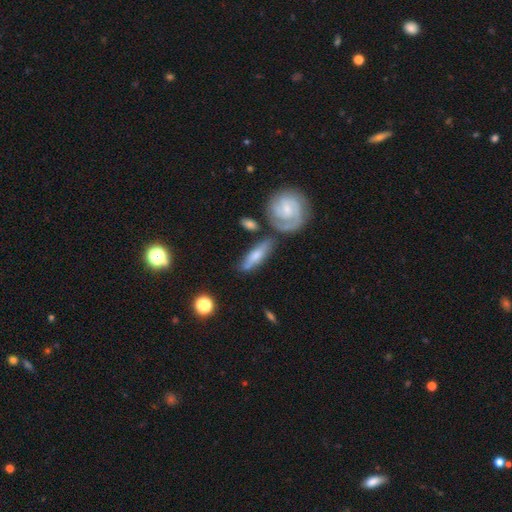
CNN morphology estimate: smooth_or_featured: featured or disk (p=0.47) [alt: smooth p=0.46]
merging: none (p=0.65) [alt: minor disturbance p=0.18]